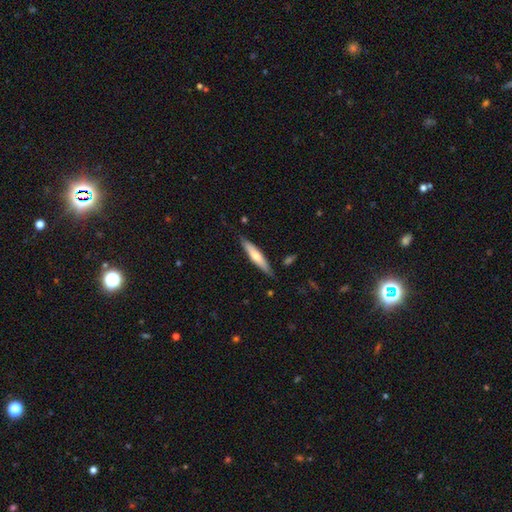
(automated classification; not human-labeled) The model was most divided on "smooth or featured": smooth: 56%, featured or disk: 39%, star or artifact: 5%. More confident: how rounded — cigar-shaped (85%); merging — none (83%).